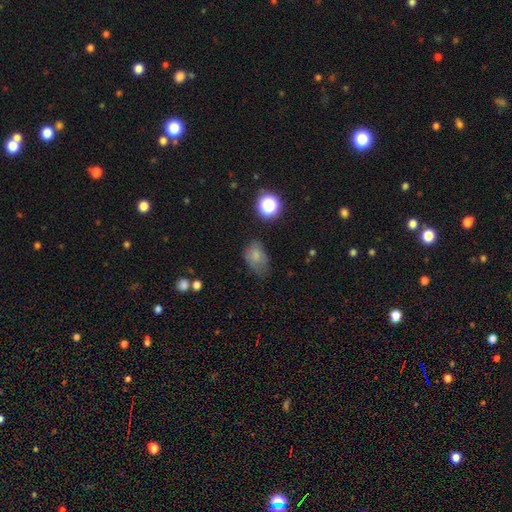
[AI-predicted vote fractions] A smooth galaxy with no disk features (77%) that is in between round and cigar-shaped (77%).

Vote fractions:
- Smooth or featured? smooth: 77% / star or artifact: 13% / featured or disk: 11%
- How rounded? in between: 77% / round: 22% / cigar-shaped: 1%
- Merging? none: 49% / minor disturbance: 34% / major disturbance: 14% / merger: 3%